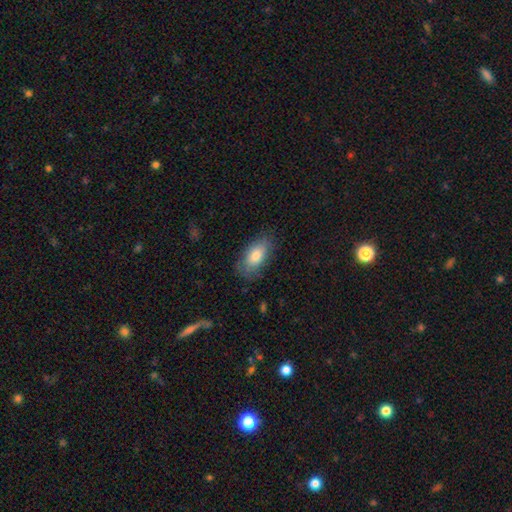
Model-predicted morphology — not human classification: smooth 78%, featured or disk 15%, star or artifact 7%. Down the decision tree: how rounded — in between (91%); merging — none (76%).